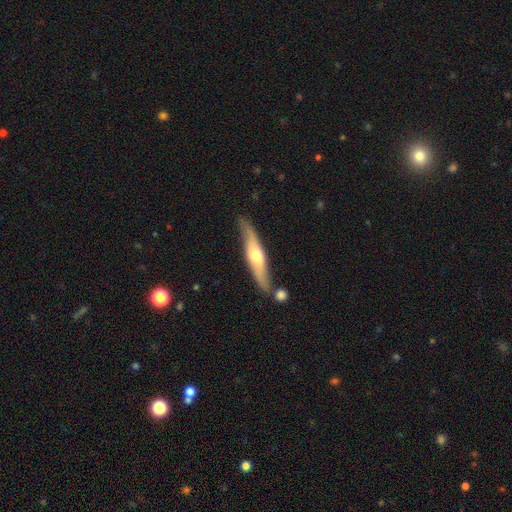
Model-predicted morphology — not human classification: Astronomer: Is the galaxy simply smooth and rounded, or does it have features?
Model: featured or disk — 55% (runner-up: smooth, 40%).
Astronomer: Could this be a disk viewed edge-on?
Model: yes — 85%.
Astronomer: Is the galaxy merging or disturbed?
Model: none — 71%.